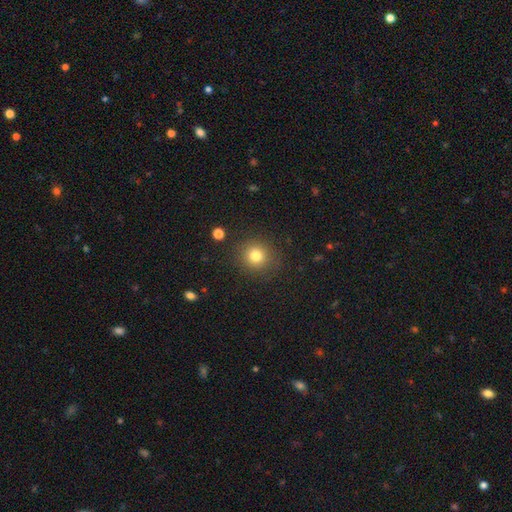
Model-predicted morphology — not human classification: type=smooth (80%); roundness=round (90%); merging=none (87%).